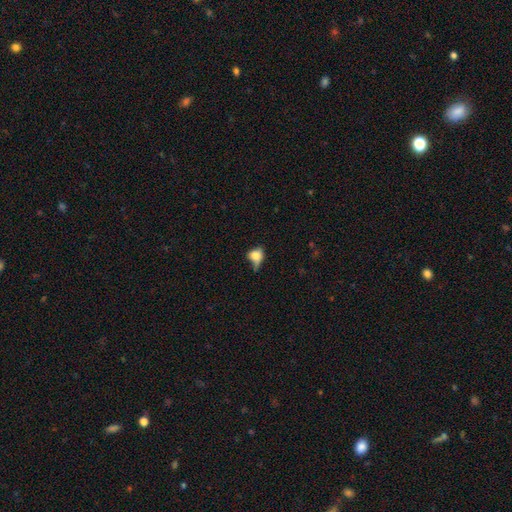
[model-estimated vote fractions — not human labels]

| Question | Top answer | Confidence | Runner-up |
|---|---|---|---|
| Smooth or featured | smooth | 70% | featured or disk (19%) |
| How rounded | round | 49% | in between (48%) |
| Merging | minor disturbance | 34% | none (33%) |